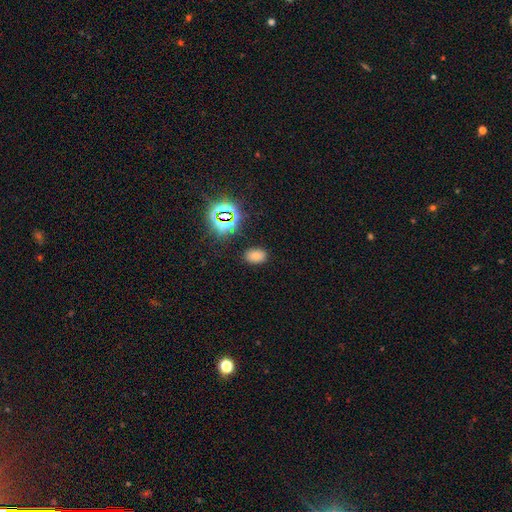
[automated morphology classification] Smooth or featured?
  - smooth: 71% *
  - star or artifact: 22%
  - featured or disk: 6%
How rounded?
  - in between: 85% *
  - round: 13%
  - cigar-shaped: 1%
Merging?
  - none: 85% *
  - minor disturbance: 10%
  - major disturbance: 3%
  - merger: 2%